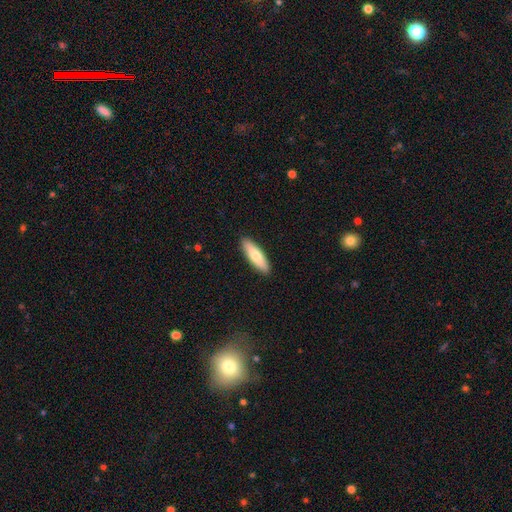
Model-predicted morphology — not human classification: This appears to be a smooth galaxy with no disk features (72%) that is cigar-shaped (61%). Merging: none (91%).